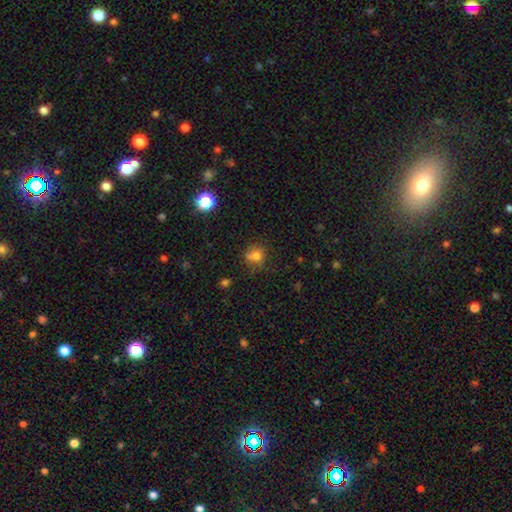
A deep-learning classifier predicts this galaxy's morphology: smooth 72%, star or artifact 18%, featured or disk 10%. Down the decision tree: how rounded — round (73%); merging — none (58%).